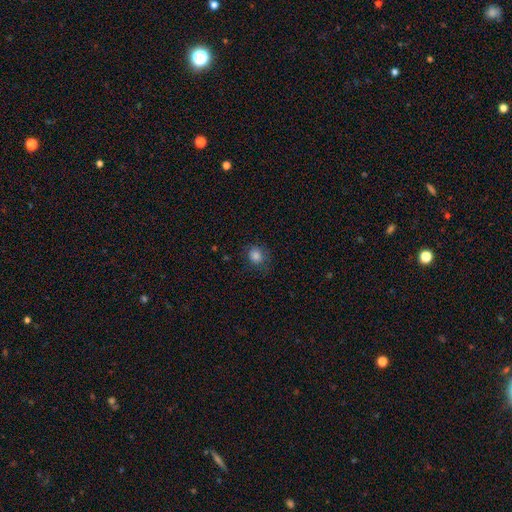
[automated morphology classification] This appears to be a smooth galaxy with no disk features (83%) that is round (71%). Merging: none (73%).